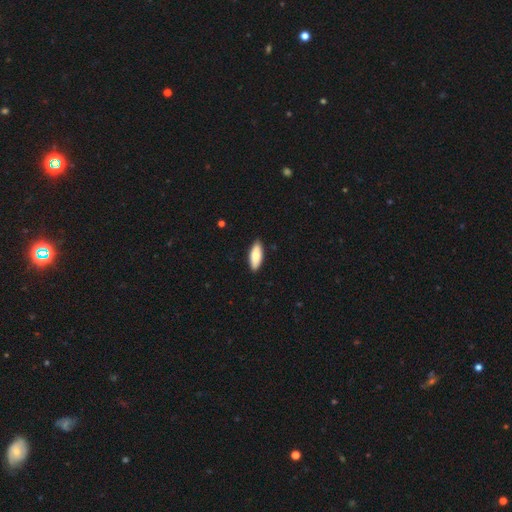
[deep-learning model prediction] This is clearly a smooth galaxy (81%). How rounded: likely in between (74%). Merging: clearly none (89%).